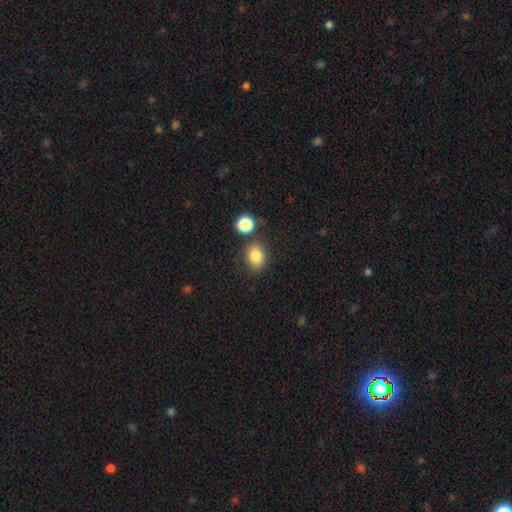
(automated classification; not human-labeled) Overall: smooth (82%). How rounded: in between (66%; round 33%). Merging: none (74%).